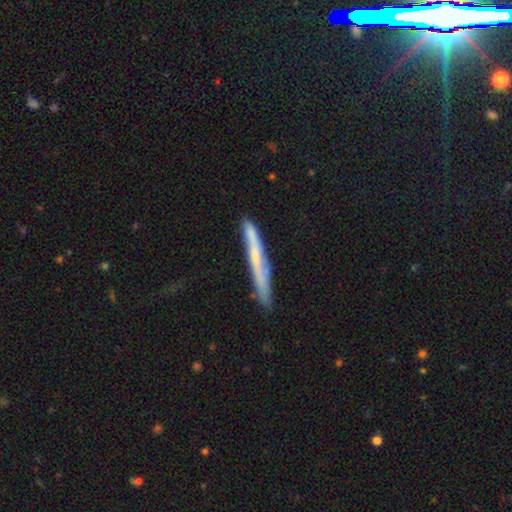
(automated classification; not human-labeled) Q: Smooth or featured?
A: featured or disk (51%); runner-up: smooth (41%)
Q: Edge-on disk?
A: yes (86%); runner-up: no (14%)
Q: Merging?
A: none (75%); runner-up: minor disturbance (19%)